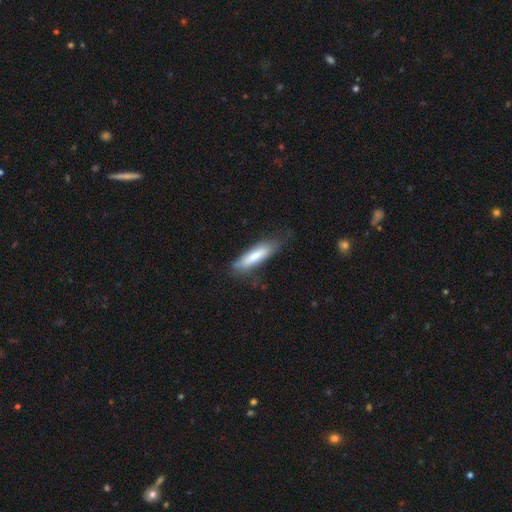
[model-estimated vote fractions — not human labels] Smooth or featured? Predicted: smooth (p=0.73). How rounded? Predicted: cigar-shaped (p=0.70). Merging? Predicted: none (p=0.65).